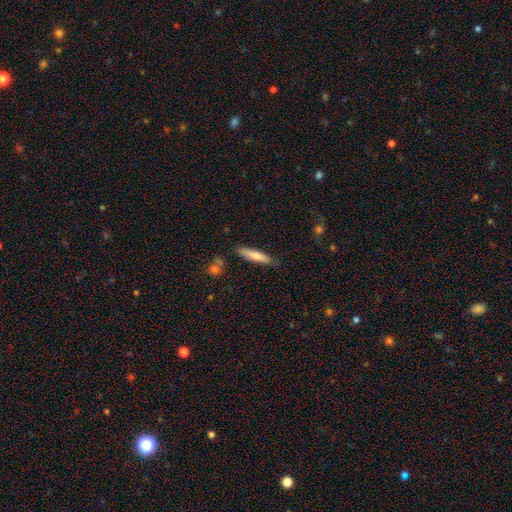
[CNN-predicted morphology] smooth 71%, featured or disk 23%, star or artifact 6%. Down the decision tree: how rounded — cigar-shaped (83%); merging — none (83%).